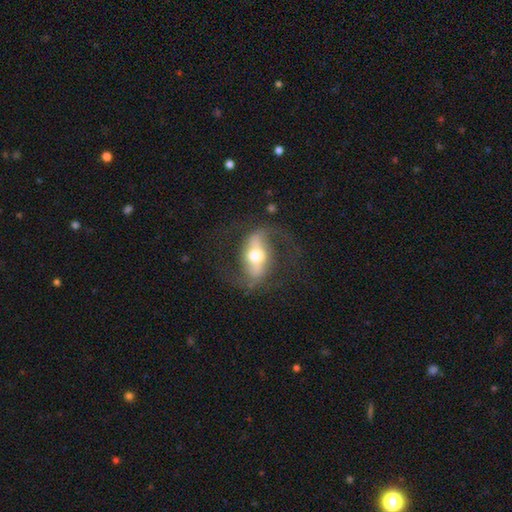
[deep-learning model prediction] Smooth or featured: featured or disk — 77% (smooth — 17%)
Edge-on disk: no — 87% (yes — 13%)
Bar: strong — 60% (weak — 24%)
Spiral arms: yes — 77% (no — 23%)
Spiral winding: loose — 48% (medium — 40%)
Spiral arm count: 2 — 89% (can't tell — 5%)
Bulge size: moderate — 65% (large — 23%)
Merging: none — 68% (major disturbance — 16%)